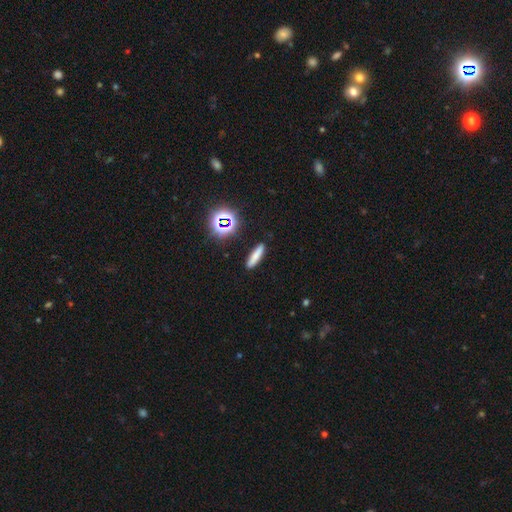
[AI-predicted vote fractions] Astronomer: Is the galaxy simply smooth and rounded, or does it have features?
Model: smooth — 73%.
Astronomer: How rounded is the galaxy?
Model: cigar-shaped — 83%.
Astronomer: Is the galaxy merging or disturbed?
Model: none — 90%.